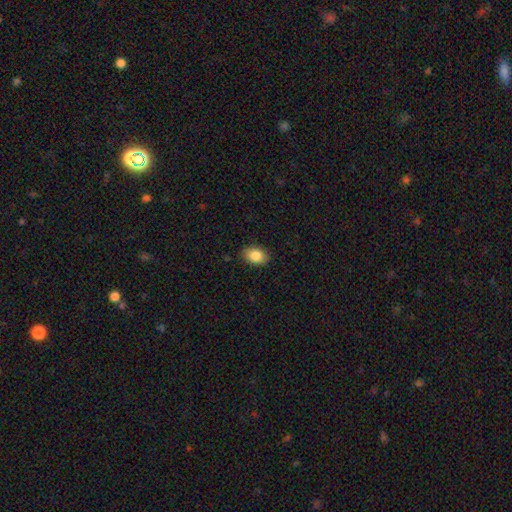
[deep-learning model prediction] Overall: smooth (85%). How rounded: in between (81%). Merging: none (87%).